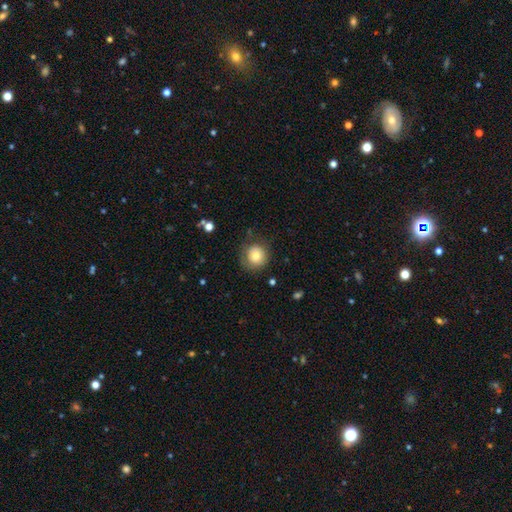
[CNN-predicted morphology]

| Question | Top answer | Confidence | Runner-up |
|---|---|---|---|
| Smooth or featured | smooth | 76% | featured or disk (15%) |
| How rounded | round | 91% | in between (9%) |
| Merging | none | 71% | minor disturbance (18%) |